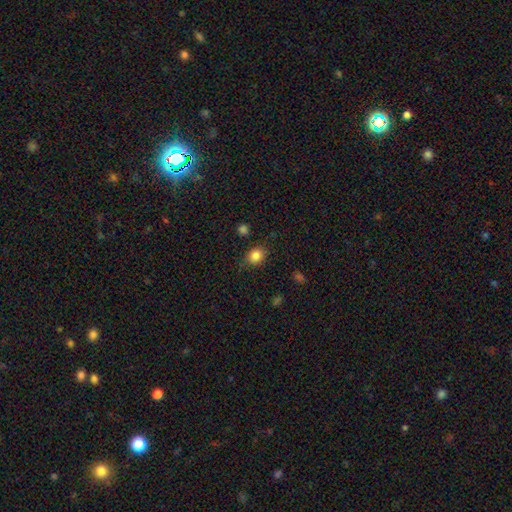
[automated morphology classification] Smooth or featured: smooth — 84% (star or artifact — 11%)
How rounded: round — 67% (in between — 31%)
Merging: none — 79% (minor disturbance — 15%)